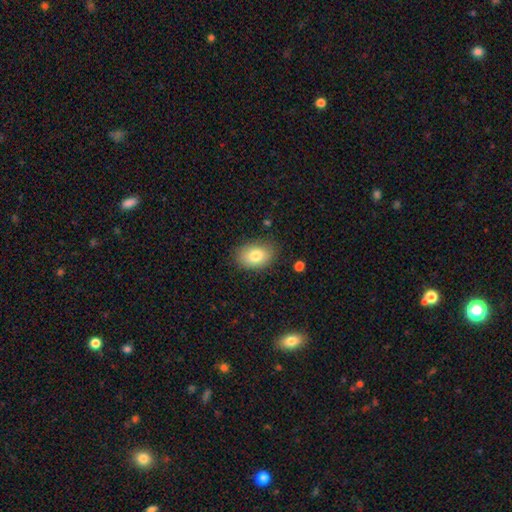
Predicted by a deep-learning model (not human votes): Morphology: type=smooth (82%); roundness=in between (85%); merging=none (82%).